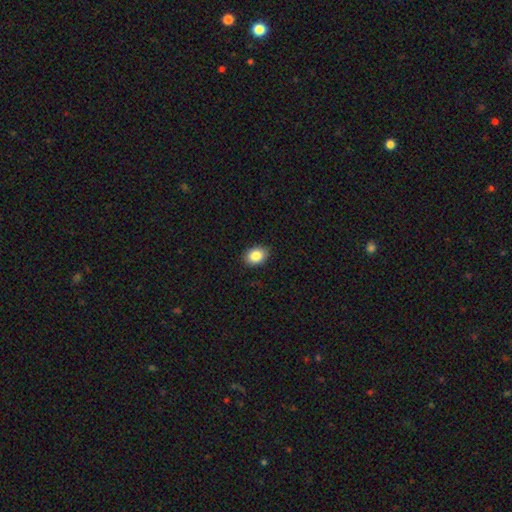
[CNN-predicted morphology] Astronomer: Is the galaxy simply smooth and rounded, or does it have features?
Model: smooth — 85%.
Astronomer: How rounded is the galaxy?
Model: in between — 72%.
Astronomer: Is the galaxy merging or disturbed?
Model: none — 89%.